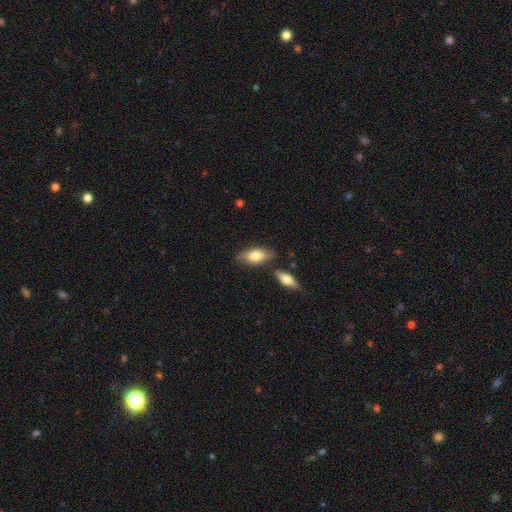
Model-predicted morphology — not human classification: This appears to be a smooth galaxy with no disk features (75%) that is in between round and cigar-shaped (85%). Merging: none (75%).